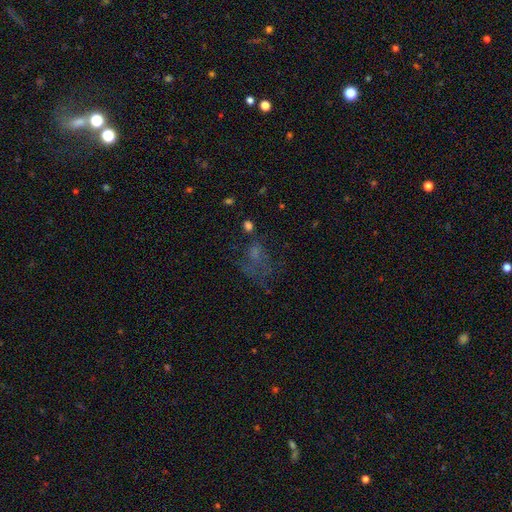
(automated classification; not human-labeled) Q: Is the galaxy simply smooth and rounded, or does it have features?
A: smooth — 36%.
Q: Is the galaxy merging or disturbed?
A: major disturbance — 39%.